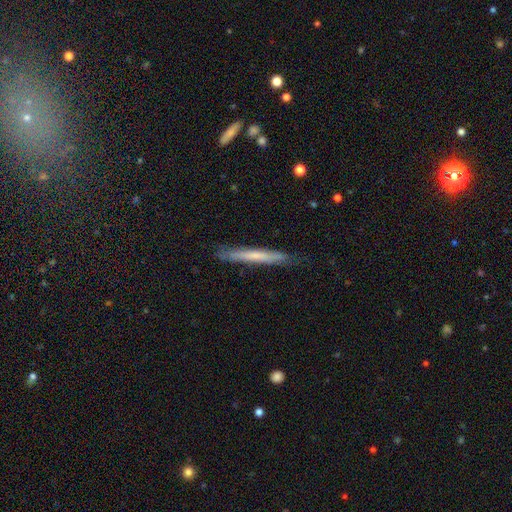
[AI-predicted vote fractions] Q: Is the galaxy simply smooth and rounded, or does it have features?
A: smooth — 55%.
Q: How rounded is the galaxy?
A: cigar-shaped — 96%.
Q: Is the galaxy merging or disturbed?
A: none — 81%.